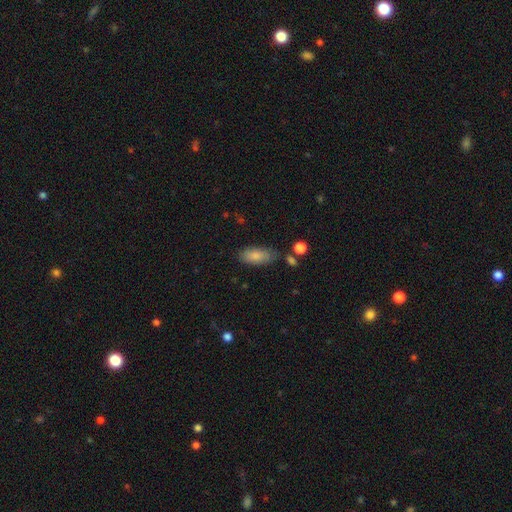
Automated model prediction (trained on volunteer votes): The model was most divided on "merging": none: 71%, minor disturbance: 19%, merger: 5%, major disturbance: 5%. More confident: how rounded — in between (86%); smooth or featured — smooth (82%).